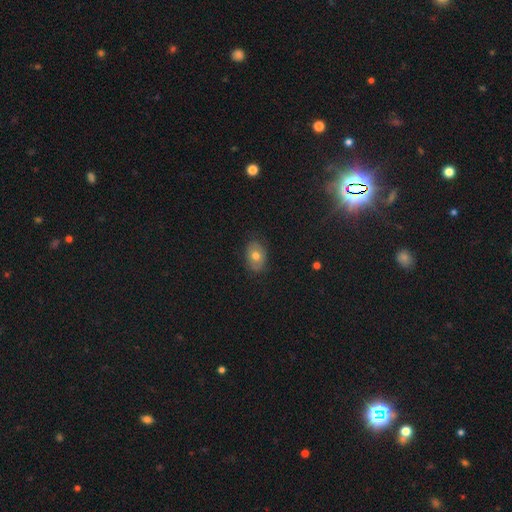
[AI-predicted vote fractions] Morphology: type=smooth (66%); roundness=in between (77%); merging=none (80%).